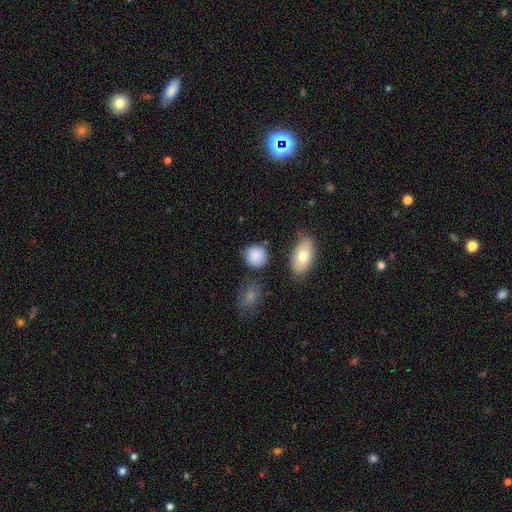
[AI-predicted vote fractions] A smooth galaxy with no disk features (85%) that is round (76%). Merging: none (75%).